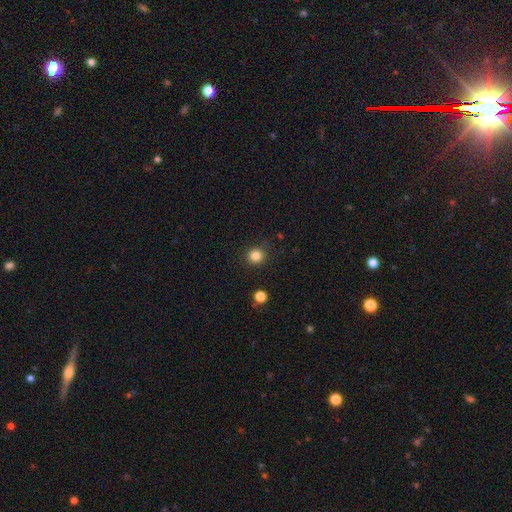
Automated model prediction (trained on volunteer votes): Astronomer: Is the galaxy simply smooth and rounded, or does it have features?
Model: smooth — 83%.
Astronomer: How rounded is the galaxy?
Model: round — 90%.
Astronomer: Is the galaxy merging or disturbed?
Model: none — 89%.